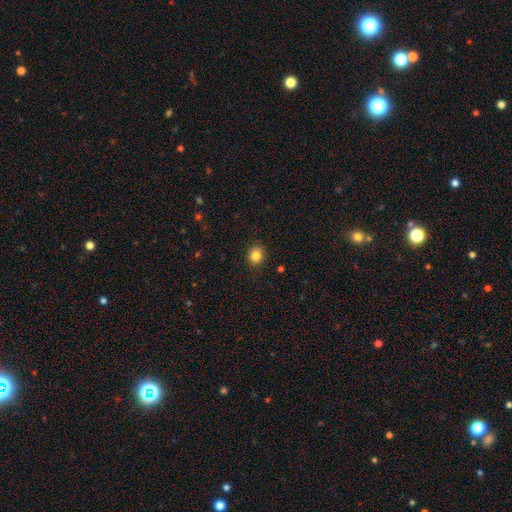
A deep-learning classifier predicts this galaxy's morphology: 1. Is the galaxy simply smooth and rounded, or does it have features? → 83% smooth, 11% star or artifact, 6% featured or disk.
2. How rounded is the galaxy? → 71% round, 28% in between, 1% cigar-shaped.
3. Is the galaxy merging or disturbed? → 89% none, 8% minor disturbance, 2% major disturbance, 1% merger.